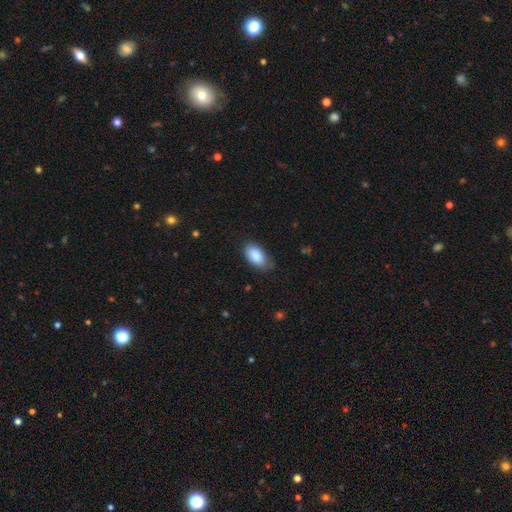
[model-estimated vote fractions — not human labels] Smooth or featured?
  - smooth: 86% *
  - featured or disk: 7%
  - star or artifact: 7%
How rounded?
  - in between: 94% *
  - round: 4%
  - cigar-shaped: 2%
Merging?
  - none: 77% *
  - minor disturbance: 19%
  - major disturbance: 3%
  - merger: 1%